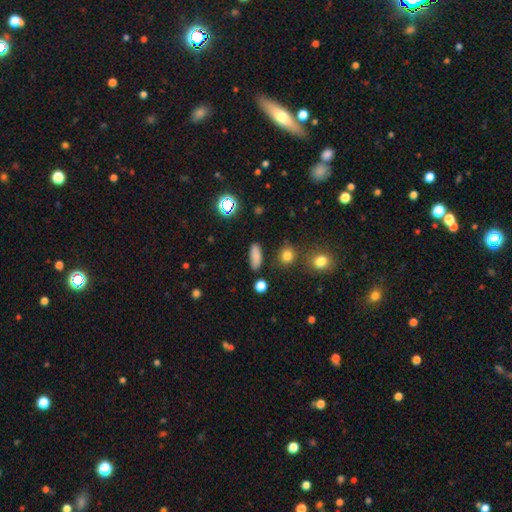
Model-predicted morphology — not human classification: Smooth or featured? smooth (80%)
How rounded? in between (66%)
Merging? none (81%)